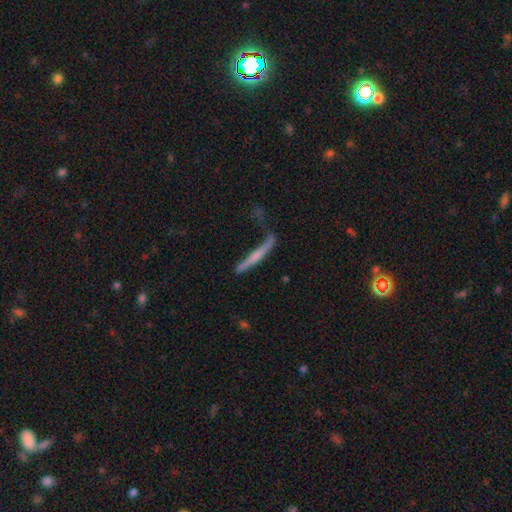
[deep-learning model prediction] featured or disk 51%, smooth 42%, star or artifact 7%. Down the decision tree: edge-on disk — yes (90%); merging — none (52%).